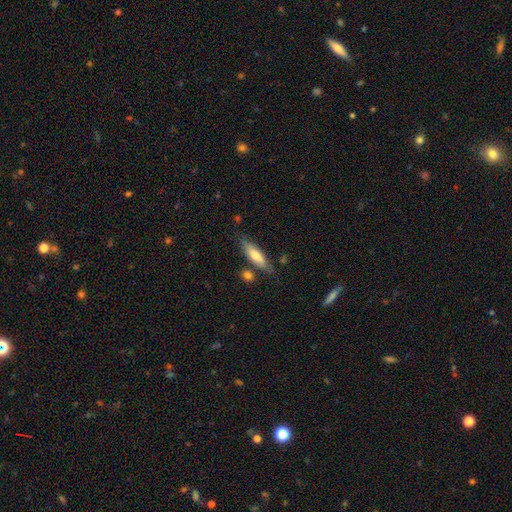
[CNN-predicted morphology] Smooth or featured? smooth (63%)
How rounded? cigar-shaped (57%)
Merging? none (71%)